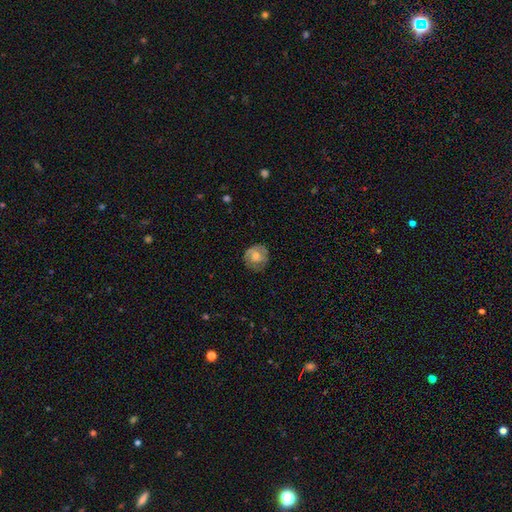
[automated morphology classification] A featured or disk galaxy (48%). Merging: none (71%).